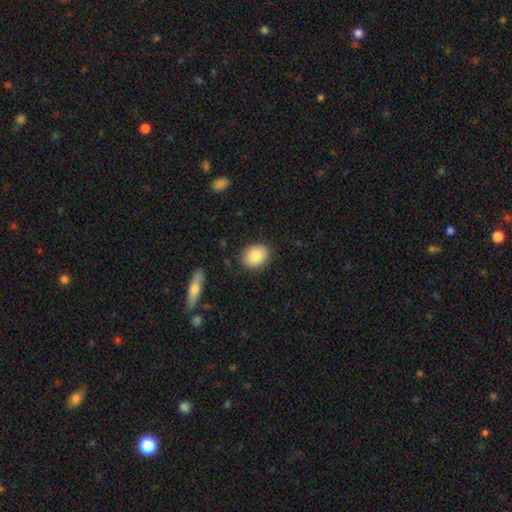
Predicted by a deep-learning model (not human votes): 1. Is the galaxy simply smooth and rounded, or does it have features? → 85% smooth, 8% featured or disk, 7% star or artifact.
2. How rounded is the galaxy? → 53% in between, 46% round, 1% cigar-shaped.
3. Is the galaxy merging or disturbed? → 86% none, 10% minor disturbance, 2% major disturbance, 2% merger.